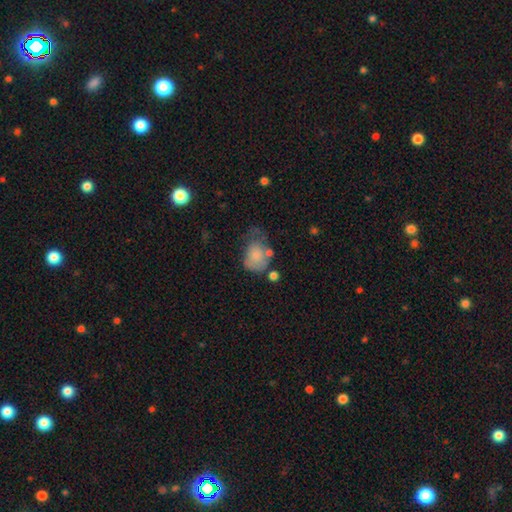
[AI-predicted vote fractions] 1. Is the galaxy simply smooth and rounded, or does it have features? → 73% smooth, 18% featured or disk, 9% star or artifact.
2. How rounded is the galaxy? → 64% in between, 35% round, 1% cigar-shaped.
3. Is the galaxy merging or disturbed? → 31% major disturbance (tied), 31% minor disturbance (tied), 28% none, 10% merger.